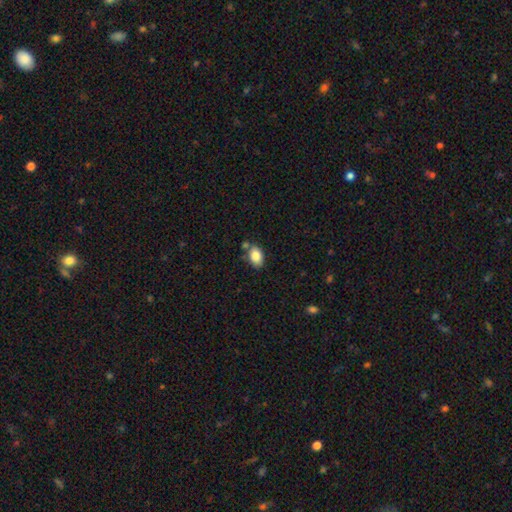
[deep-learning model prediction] smooth_or_featured: smooth (p=0.84) [alt: featured or disk p=0.08]
how_rounded: in between (p=0.88) [alt: round p=0.11]
merging: none (p=0.71) [alt: minor disturbance p=0.15]